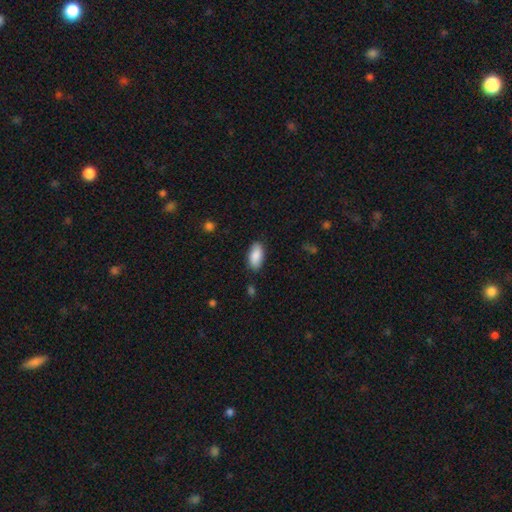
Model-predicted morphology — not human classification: Smooth or featured? smooth (87%)
How rounded? in between (92%)
Merging? none (83%)